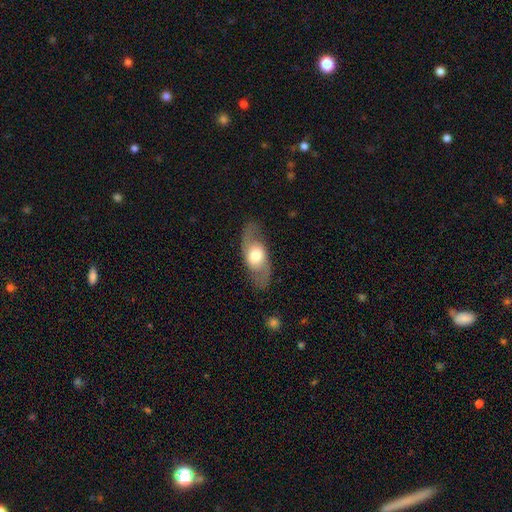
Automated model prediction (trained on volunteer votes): Morphology: type=featured or disk (64%); edge-on=no (86%); bar=no (75%); spiral arms=yes (73%); bulge=moderate (61%); merging=none (81%).